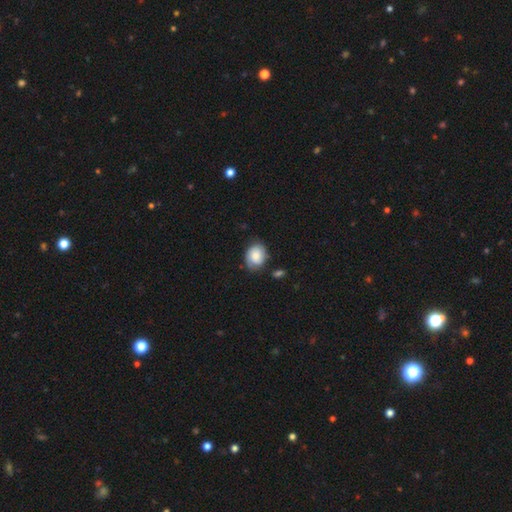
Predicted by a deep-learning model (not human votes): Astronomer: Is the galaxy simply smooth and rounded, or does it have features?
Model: smooth — 72%.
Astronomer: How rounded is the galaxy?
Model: in between — 59% (runner-up: round, 40%).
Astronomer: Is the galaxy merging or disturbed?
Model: none — 68%.